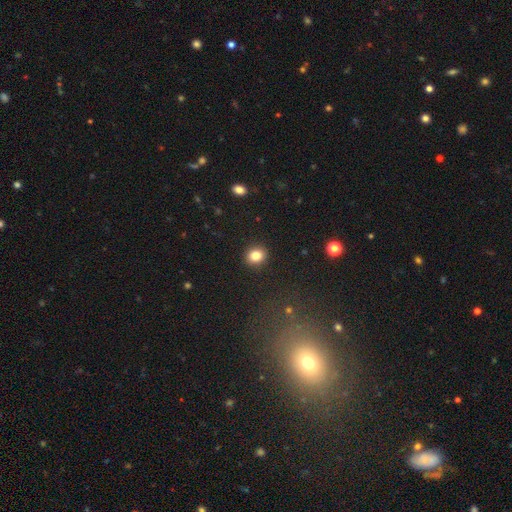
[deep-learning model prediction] smooth_or_featured: smooth (p=0.84) [alt: star or artifact p=0.10]
how_rounded: round (p=0.71) [alt: in between p=0.28]
merging: none (p=0.91) [alt: minor disturbance p=0.06]